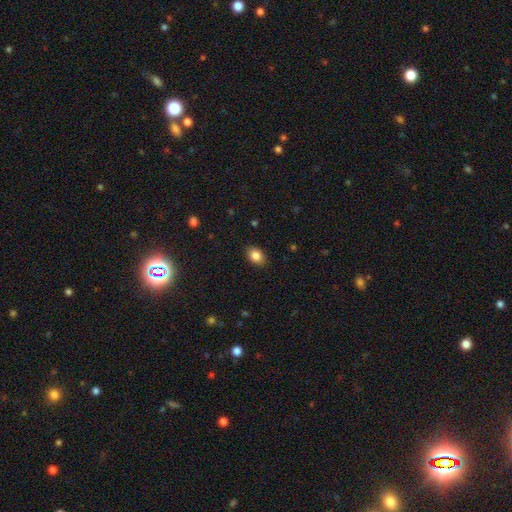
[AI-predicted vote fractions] smooth 85%, star or artifact 9%, featured or disk 6%. Down the decision tree: how rounded — in between (74%); merging — none (87%).